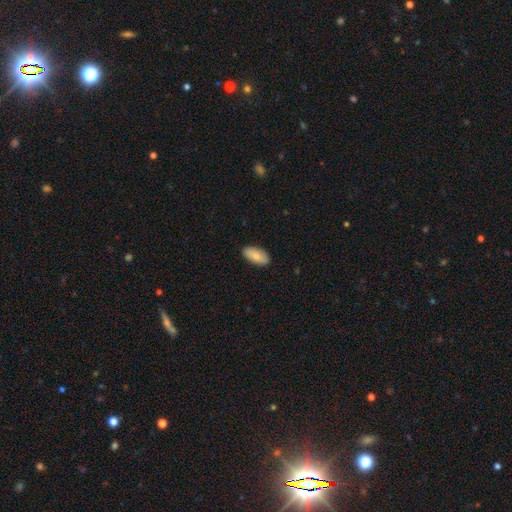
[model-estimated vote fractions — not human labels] A smooth galaxy with no disk features (83%) that is in between round and cigar-shaped (92%).

Vote fractions:
- Smooth or featured? smooth: 83% / featured or disk: 11% / star or artifact: 6%
- How rounded? in between: 92% / cigar-shaped: 6% / round: 2%
- Merging? none: 89% / minor disturbance: 8% / major disturbance: 2% / merger: 1%